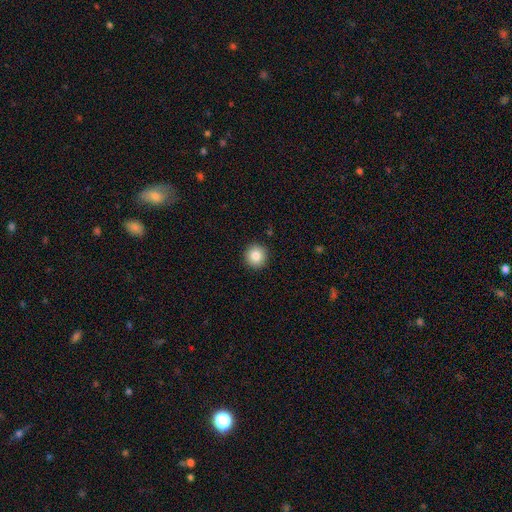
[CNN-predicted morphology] Smooth or featured? smooth (85%)
How rounded? round (95%)
Merging? none (92%)